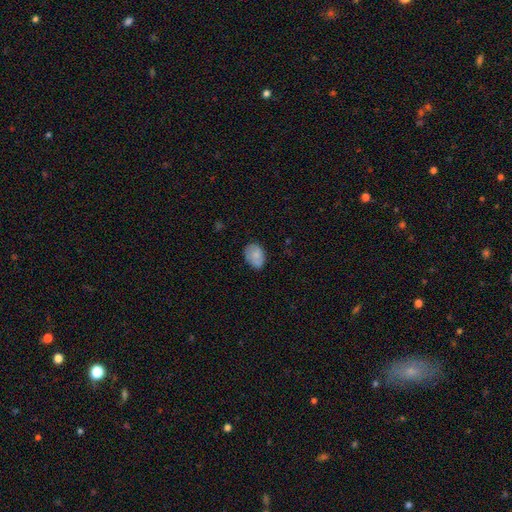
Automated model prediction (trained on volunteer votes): A smooth galaxy with no disk features (78%) that is in between round and cigar-shaped (80%).

Vote fractions:
- Smooth or featured? smooth: 78% / featured or disk: 15% / star or artifact: 7%
- How rounded? in between: 80% / round: 19% / cigar-shaped: 1%
- Merging? none: 73% / minor disturbance: 22% / major disturbance: 4% / merger: 1%